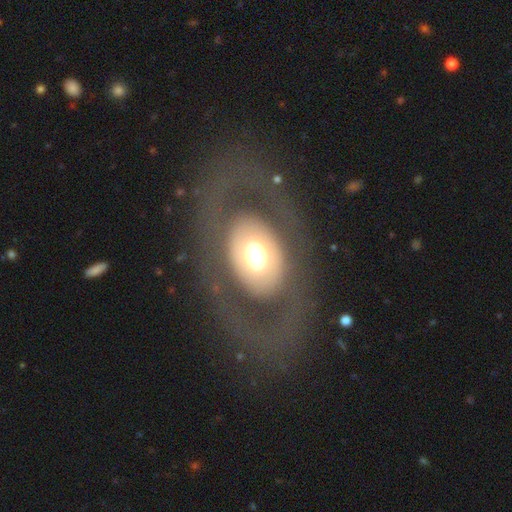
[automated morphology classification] Q: Smooth or featured?
A: featured or disk (46%); runner-up: smooth (45%)
Q: Merging?
A: none (66%); runner-up: major disturbance (20%)